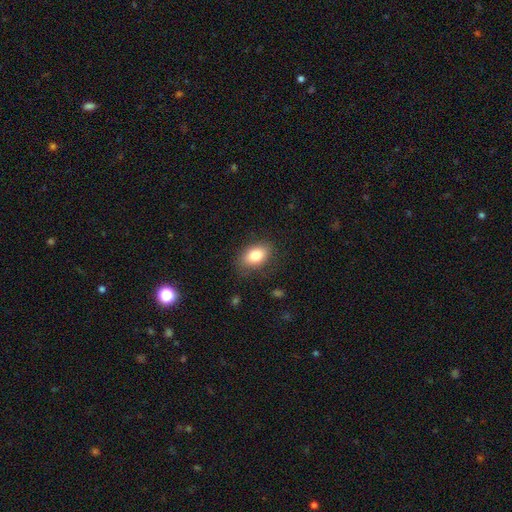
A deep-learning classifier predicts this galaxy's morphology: type=smooth (83%); roundness=in between (89%); merging=none (80%).